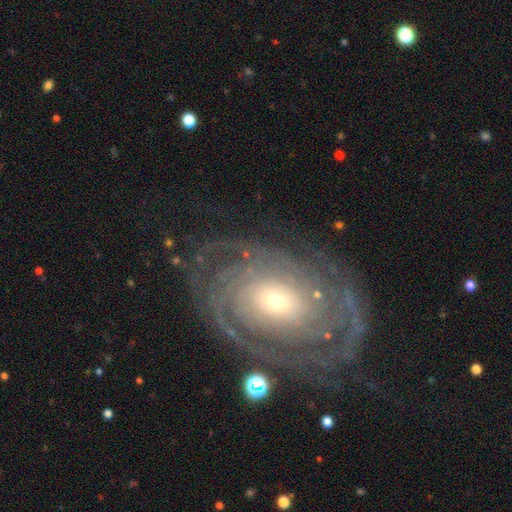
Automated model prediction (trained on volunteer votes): The model was most divided on "spiral arm count": can't tell: 40%, 2: 18%, 3: 13%, 4: 12%, more than 4: 11%, 1: 7%. More confident: edge-on disk — no (96%); spiral arms — yes (93%); smooth or featured — featured or disk (85%); spiral winding — tight (78%); bar — no (76%); merging — none (76%); bulge size — small (59%).